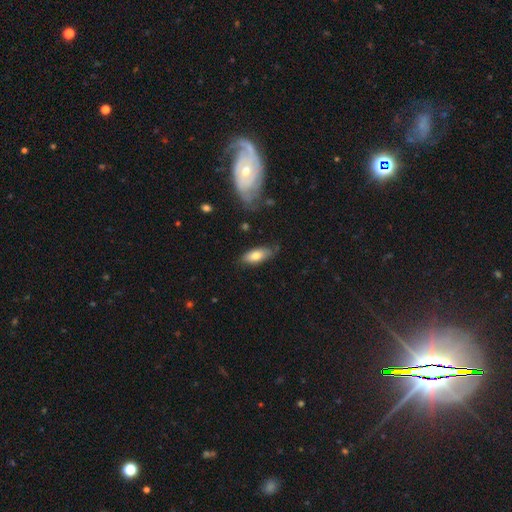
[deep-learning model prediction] Smooth or featured?
  - smooth: 74% *
  - featured or disk: 20%
  - star or artifact: 7%
How rounded?
  - in between: 79% *
  - cigar-shaped: 19%
  - round: 2%
Merging?
  - none: 69% *
  - minor disturbance: 23%
  - major disturbance: 5%
  - merger: 3%